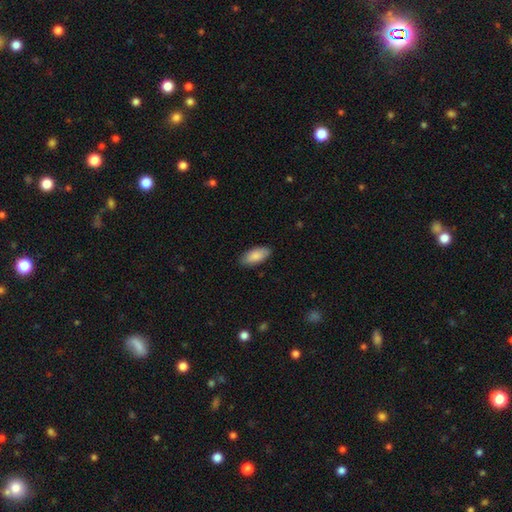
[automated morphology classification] type=smooth (87%); roundness=in between (89%); merging=none (87%).